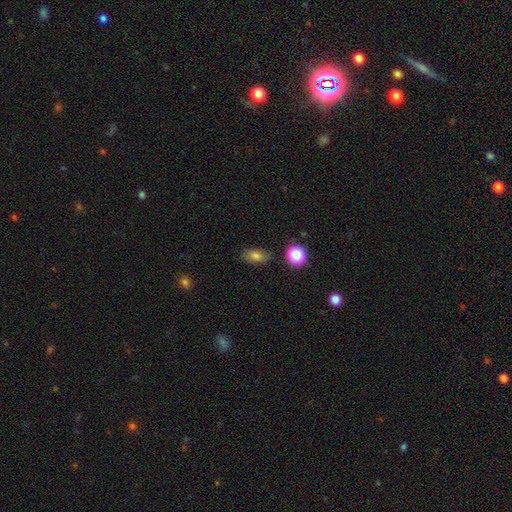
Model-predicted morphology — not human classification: Smooth or featured?
  - smooth: 78% *
  - star or artifact: 14%
  - featured or disk: 8%
How rounded?
  - in between: 84% *
  - round: 13%
  - cigar-shaped: 4%
Merging?
  - none: 82% *
  - minor disturbance: 12%
  - major disturbance: 3%
  - merger: 2%